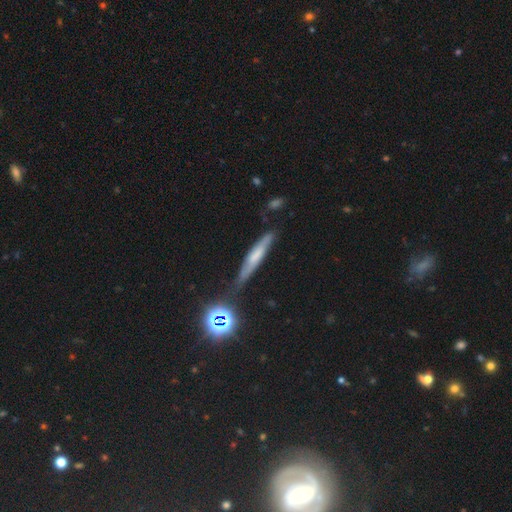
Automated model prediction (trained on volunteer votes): Q: Smooth or featured?
A: smooth (49%); runner-up: featured or disk (34%)
Q: Merging?
A: none (66%); runner-up: minor disturbance (22%)